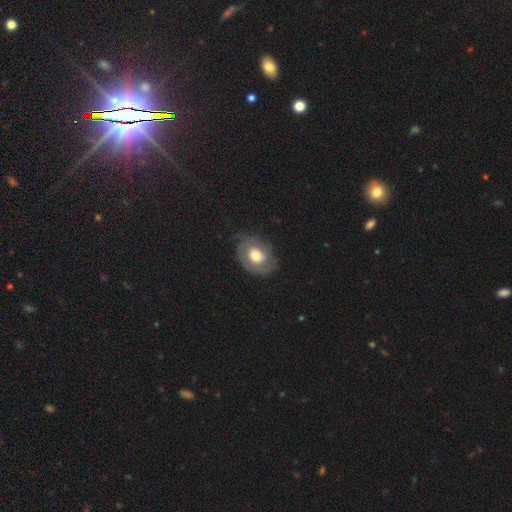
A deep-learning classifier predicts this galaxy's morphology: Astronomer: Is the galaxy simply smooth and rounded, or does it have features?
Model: featured or disk — 66%.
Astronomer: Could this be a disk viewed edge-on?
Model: no — 97%.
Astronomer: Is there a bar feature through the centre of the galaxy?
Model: no — 79%.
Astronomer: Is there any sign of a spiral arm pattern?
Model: yes — 77%.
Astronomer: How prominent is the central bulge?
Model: moderate — 54% (runner-up: large, 37%).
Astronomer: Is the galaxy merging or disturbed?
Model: none — 65%.